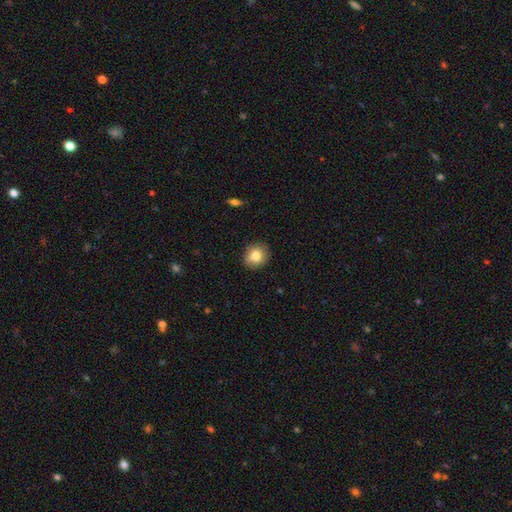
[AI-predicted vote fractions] The model was most divided on "how rounded": round: 65%, in between: 34%, cigar-shaped: 1%. More confident: merging — none (83%); smooth or featured — smooth (80%).